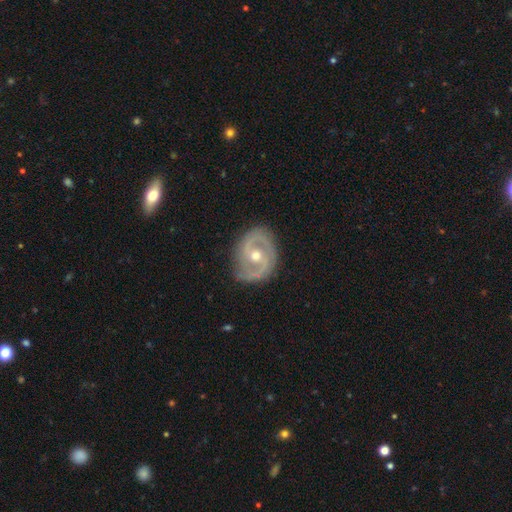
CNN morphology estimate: Q: Smooth or featured?
A: featured or disk (88%); runner-up: smooth (7%)
Q: Edge-on disk?
A: no (97%); runner-up: yes (3%)
Q: Bar?
A: no (47%); runner-up: weak (40%)
Q: Spiral arms?
A: yes (93%); runner-up: no (7%)
Q: Spiral winding?
A: medium (45%); runner-up: tight (43%)
Q: Spiral arm count?
A: 2 (87%); runner-up: can't tell (5%)
Q: Bulge size?
A: moderate (77%); runner-up: small (16%)
Q: Merging?
A: none (80%); runner-up: minor disturbance (14%)